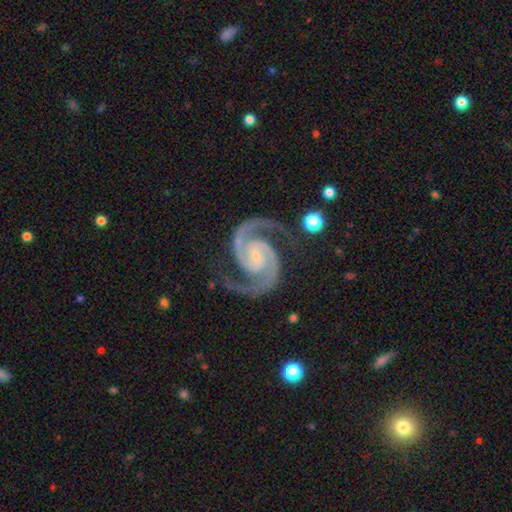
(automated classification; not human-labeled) Morphology: type=featured or disk (95%); edge-on=no (99%); bar=no (59%); spiral arms=yes (99%); winding=medium (56%); arm count=2 (95%); bulge=small (74%); merging=none (82%).